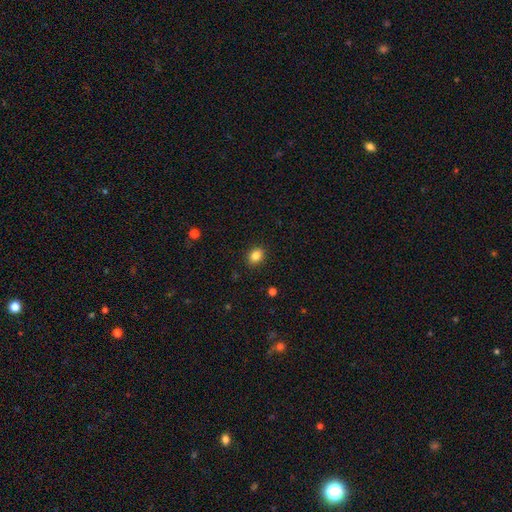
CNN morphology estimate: A smooth galaxy with no disk features (84%) that is in between round and cigar-shaped (54%).

Vote fractions:
- Smooth or featured? smooth: 84% / star or artifact: 11% / featured or disk: 6%
- How rounded? in between: 54% / round: 45% / cigar-shaped: 1%
- Merging? none: 90% / minor disturbance: 7% / major disturbance: 2% / merger: 1%